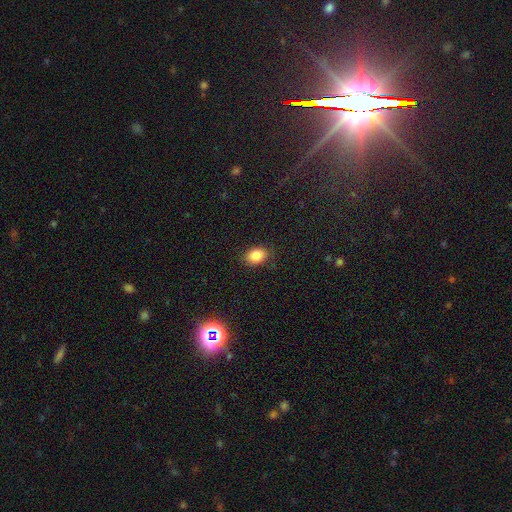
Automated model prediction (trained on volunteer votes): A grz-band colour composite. It shows a smooth galaxy with no disk features (85%) that is in between round and cigar-shaped (71%). Merging: none (85%).